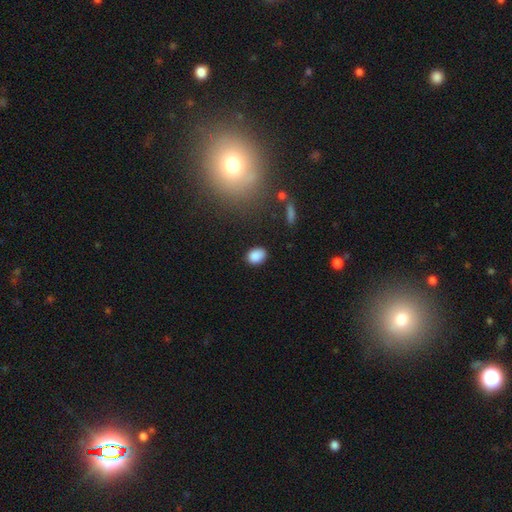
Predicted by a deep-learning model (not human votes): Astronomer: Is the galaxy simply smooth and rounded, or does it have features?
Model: smooth — 87%.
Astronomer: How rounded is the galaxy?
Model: in between — 70%.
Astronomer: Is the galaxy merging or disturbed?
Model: none — 83%.